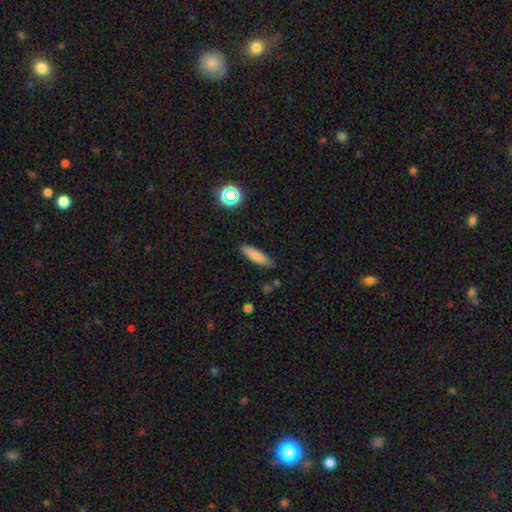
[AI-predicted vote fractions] Q: Smooth or featured?
A: smooth (77%); runner-up: featured or disk (14%)
Q: How rounded?
A: cigar-shaped (62%); runner-up: in between (36%)
Q: Merging?
A: none (84%); runner-up: minor disturbance (12%)